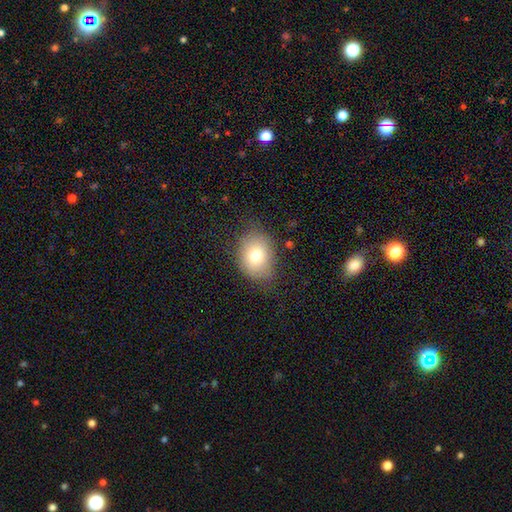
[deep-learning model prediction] Smooth or featured: smooth — 77% (featured or disk — 13%)
How rounded: in between — 58% (round — 41%)
Merging: none — 72% (minor disturbance — 20%)